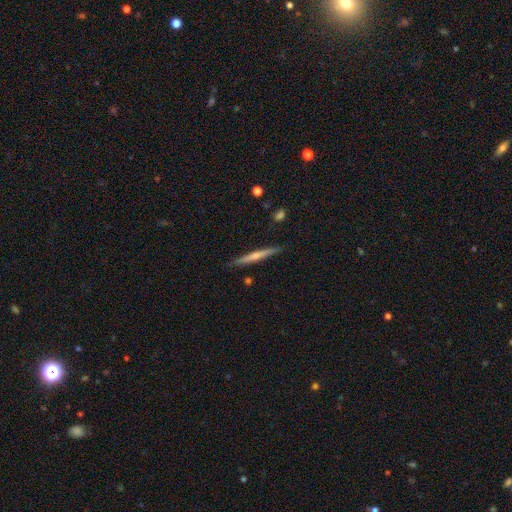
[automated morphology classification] The model was most divided on "smooth or featured": featured or disk: 48%, smooth: 46%, star or artifact: 6%. More confident: merging — none (88%).